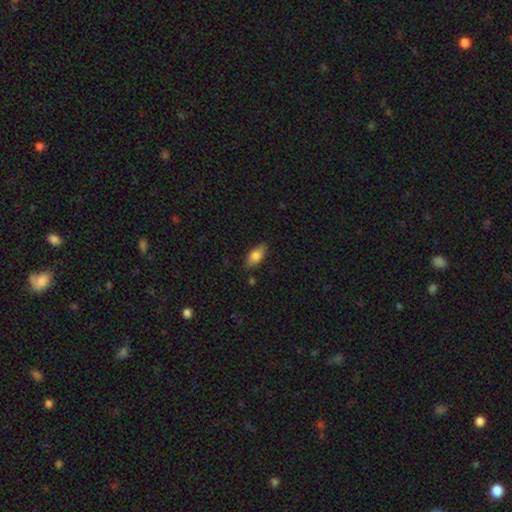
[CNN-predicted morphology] smooth 76%, featured or disk 17%, star or artifact 7%. Down the decision tree: how rounded — in between (82%); merging — none (83%).